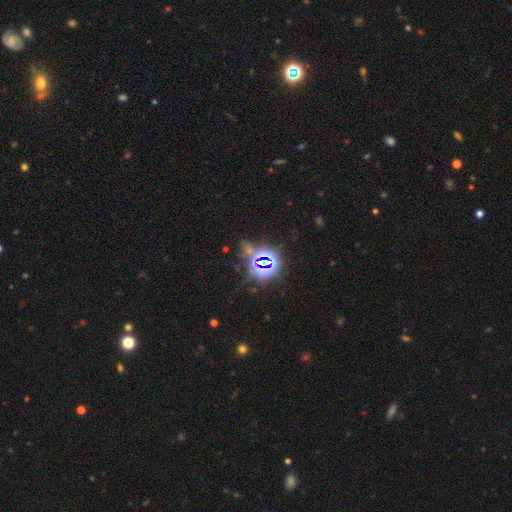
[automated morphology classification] The model was most divided on "smooth or featured": star or artifact: 78%, smooth: 14%, featured or disk: 9%.